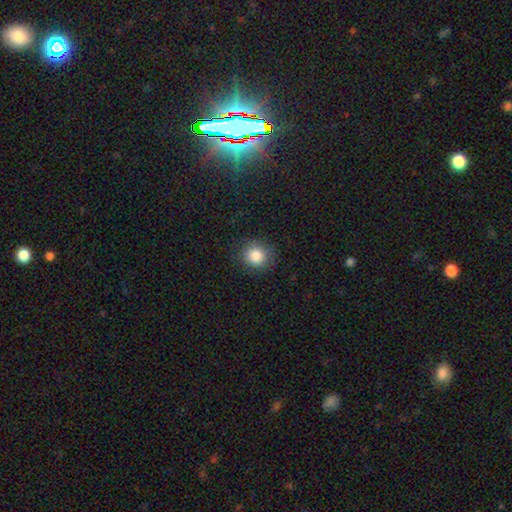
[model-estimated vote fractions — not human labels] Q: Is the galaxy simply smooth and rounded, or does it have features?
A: smooth — 85%.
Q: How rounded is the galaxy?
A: round — 85%.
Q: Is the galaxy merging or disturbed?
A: none — 87%.